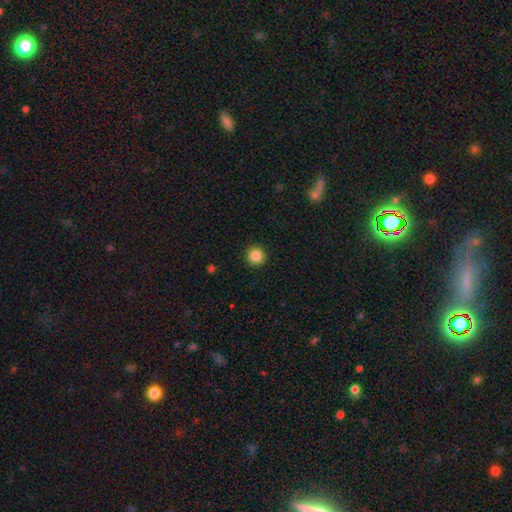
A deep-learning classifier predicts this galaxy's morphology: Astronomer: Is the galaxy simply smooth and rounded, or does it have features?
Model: smooth — 86%.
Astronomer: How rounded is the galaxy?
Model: round — 95%.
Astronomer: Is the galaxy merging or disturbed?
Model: none — 92%.